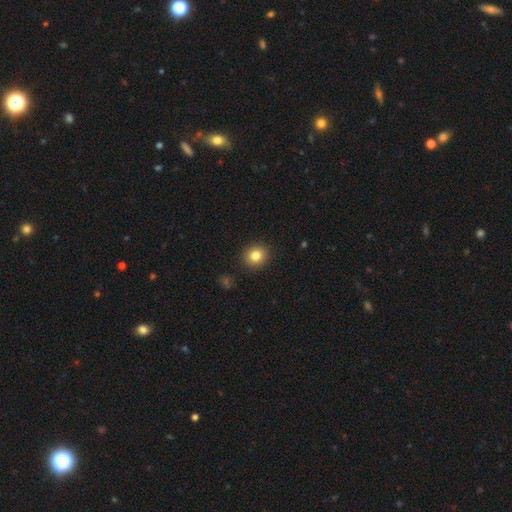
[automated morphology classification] smooth-or-featured: smooth: 83% | star or artifact: 10% | featured or disk: 7%
  how-rounded: round: 80% | in between: 19% | cigar-shaped: 1%
  merging: none: 90% | minor disturbance: 7% | major disturbance: 2% | merger: 1%